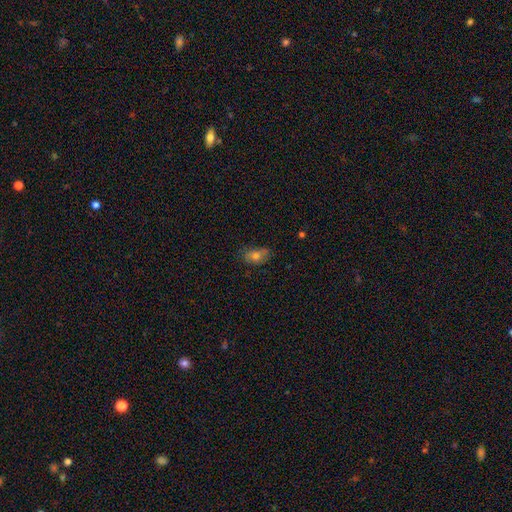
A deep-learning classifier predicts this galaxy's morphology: type=smooth (69%); roundness=in between (78%); merging=none (70%).